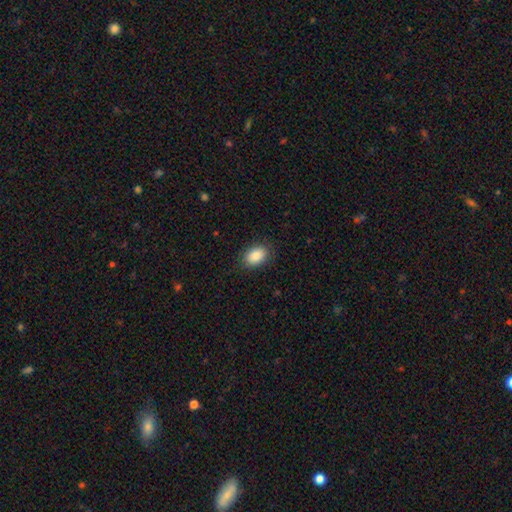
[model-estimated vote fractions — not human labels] smooth-or-featured: smooth: 90% | star or artifact: 7% | featured or disk: 3%
  how-rounded: in between: 89% | round: 10% | cigar-shaped: 1%
  merging: none: 87% | minor disturbance: 9% | major disturbance: 3% | merger: 1%